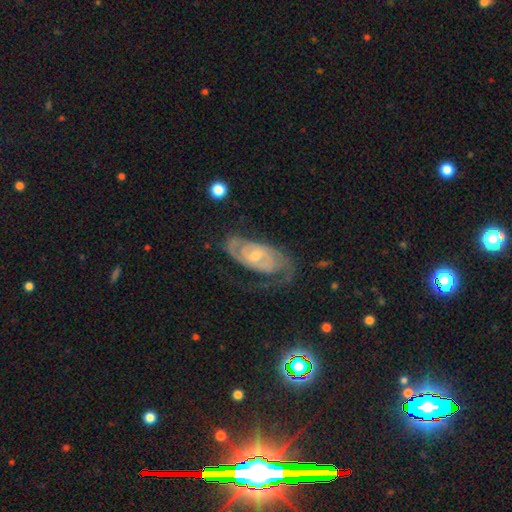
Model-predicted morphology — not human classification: This is clearly a featured or disk galaxy (86%). It is clearly not viewed edge-on (95%). Bar: possibly no (48%). Spiral arm pattern: clearly yes (95%). Spiral arm count: likely 2 (66%). Spiral winding: possibly tight (58%). Central bulge: possibly small (49%). Merging: likely none (61%).